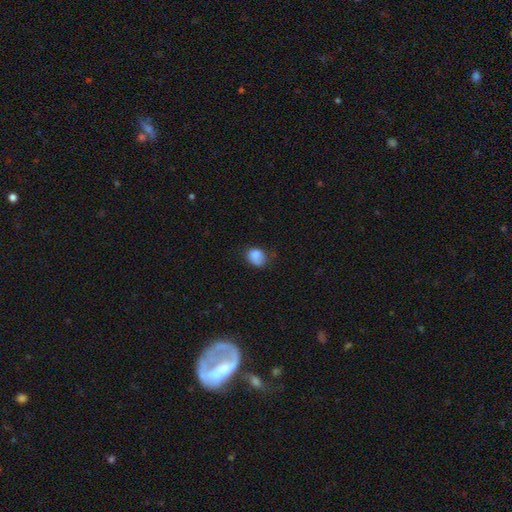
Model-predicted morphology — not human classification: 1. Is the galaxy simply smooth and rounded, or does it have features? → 83% smooth, 9% star or artifact, 8% featured or disk.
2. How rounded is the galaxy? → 53% in between, 46% round, 1% cigar-shaped.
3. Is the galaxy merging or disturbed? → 54% none, 33% minor disturbance, 10% major disturbance, 3% merger.